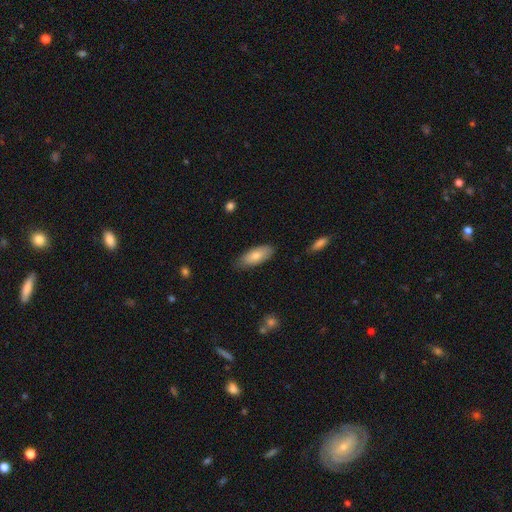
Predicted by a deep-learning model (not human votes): Overall: smooth (78%). How rounded: in between (81%). Merging: none (77%).